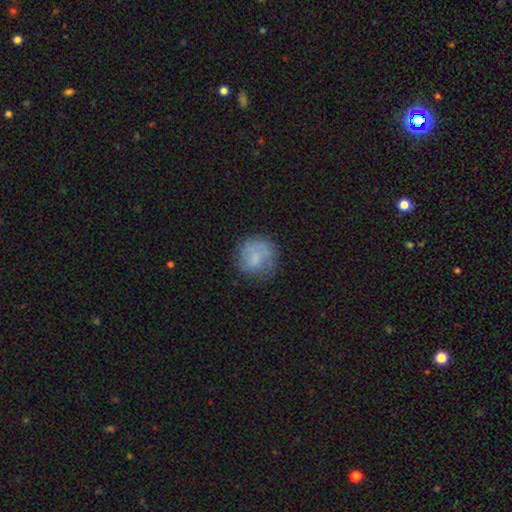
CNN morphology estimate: Overall: smooth (68%). How rounded: round (85%). Merging: none (64%).